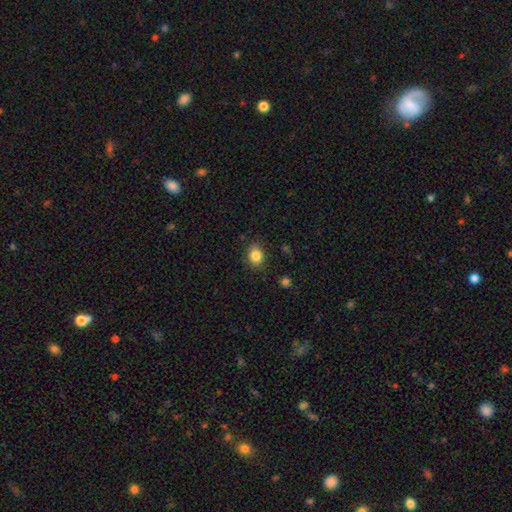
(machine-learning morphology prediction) This appears to be a smooth galaxy with no disk features (84%) that is in between round and cigar-shaped (51%). Merging: none (83%).